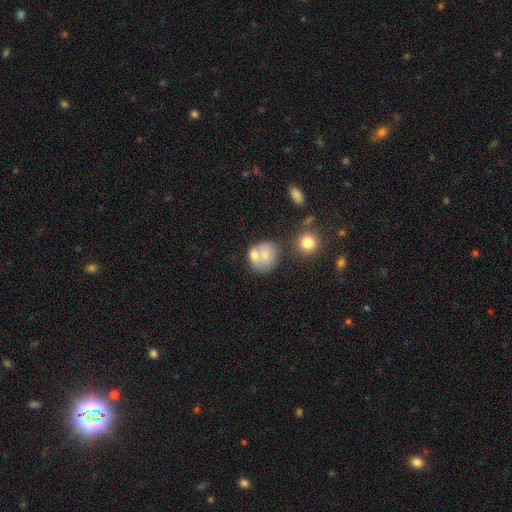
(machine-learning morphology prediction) Q: Smooth or featured?
A: smooth (56%); runner-up: featured or disk (24%)
Q: How rounded?
A: round (74%); runner-up: in between (24%)
Q: Merging?
A: none (52%); runner-up: merger (28%)